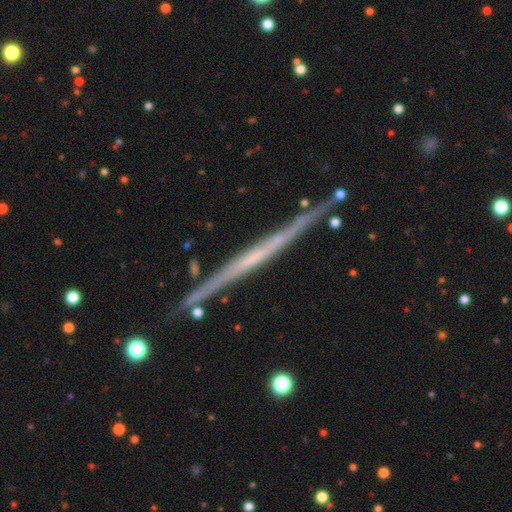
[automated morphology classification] Smooth or featured: featured or disk — 73% (smooth — 20%)
Edge-on disk: yes — 98% (no — 2%)
Edge-on bulge: none — 84% (rounded — 11%)
Merging: none — 89% (minor disturbance — 8%)